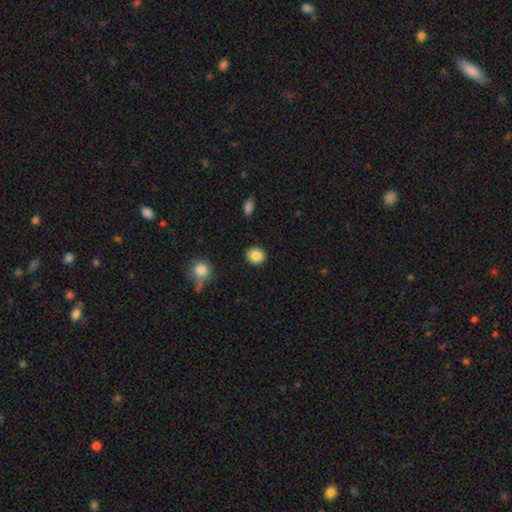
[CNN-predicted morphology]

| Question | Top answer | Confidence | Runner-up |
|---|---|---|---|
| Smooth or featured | smooth | 86% | star or artifact (9%) |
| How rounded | round | 83% | in between (16%) |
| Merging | none | 90% | minor disturbance (7%) |